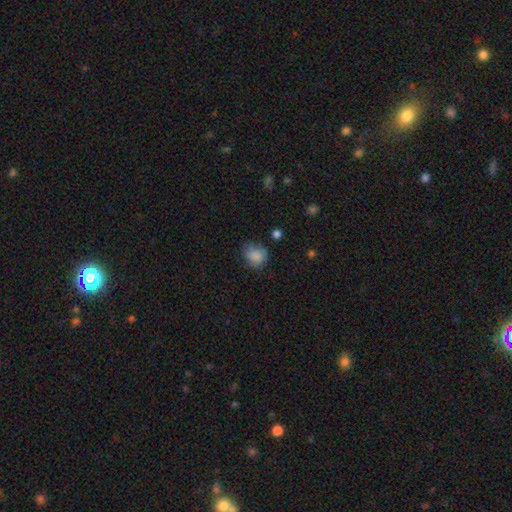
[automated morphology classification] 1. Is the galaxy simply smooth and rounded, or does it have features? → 82% smooth, 9% star or artifact, 8% featured or disk.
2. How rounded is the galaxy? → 66% round, 34% in between, 1% cigar-shaped.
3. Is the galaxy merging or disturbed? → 60% none, 28% minor disturbance, 10% major disturbance, 2% merger.